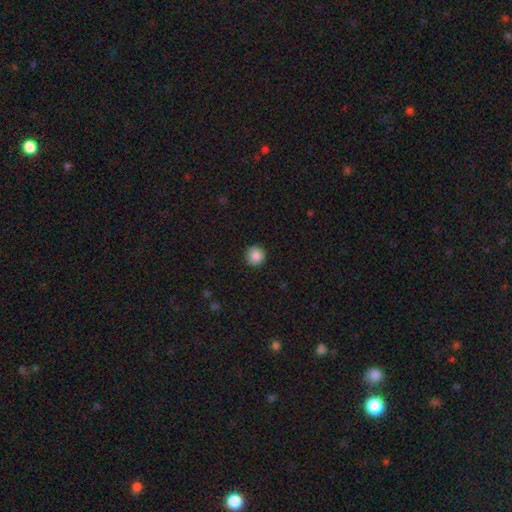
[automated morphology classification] Overall: smooth (87%). How rounded: round (94%). Merging: none (92%).